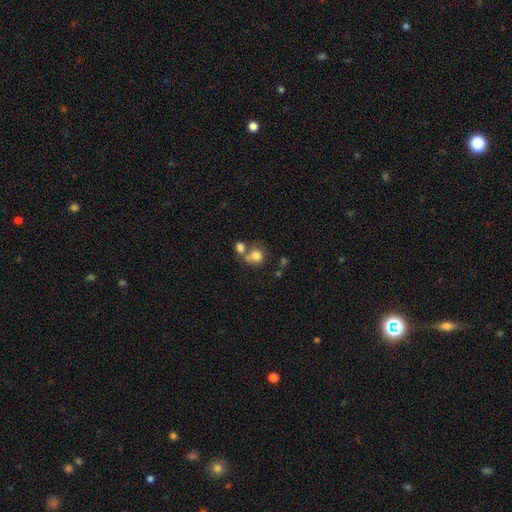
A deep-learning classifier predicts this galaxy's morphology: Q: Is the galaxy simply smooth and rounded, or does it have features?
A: smooth — 78%.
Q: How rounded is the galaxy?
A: round — 73%.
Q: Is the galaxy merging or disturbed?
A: merger — 46%.